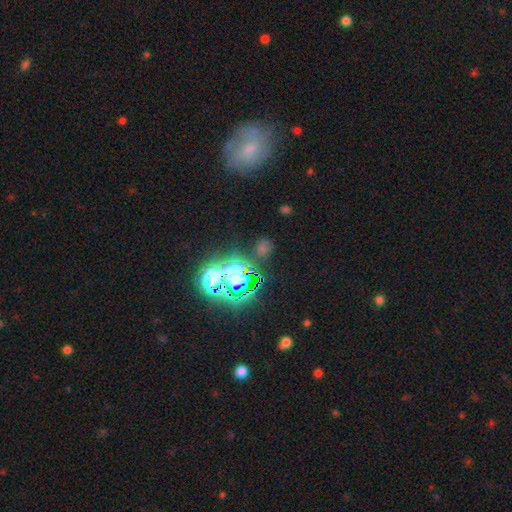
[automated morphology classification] Smooth or featured? star or artifact (76%)